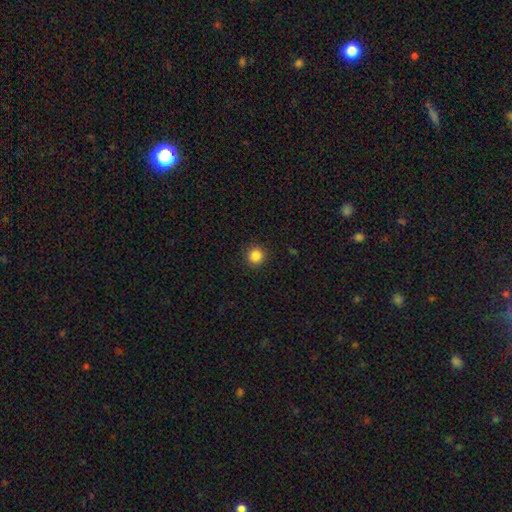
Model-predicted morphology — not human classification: Smooth or featured: smooth — 86% (star or artifact — 11%)
How rounded: round — 94% (in between — 5%)
Merging: none — 92% (minor disturbance — 5%)